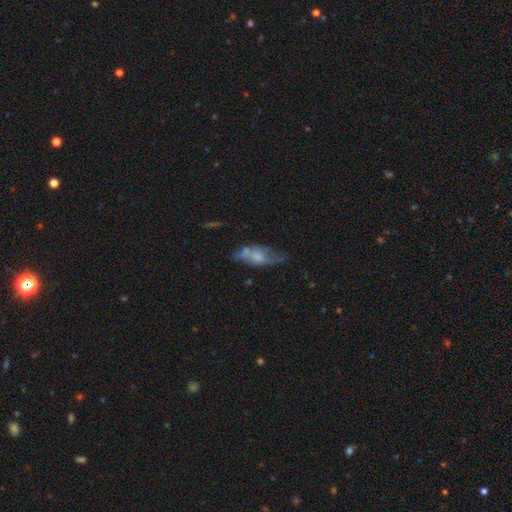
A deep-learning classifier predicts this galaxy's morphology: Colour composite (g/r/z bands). It shows a featured or disk galaxy (49%). Merging: none (41%).